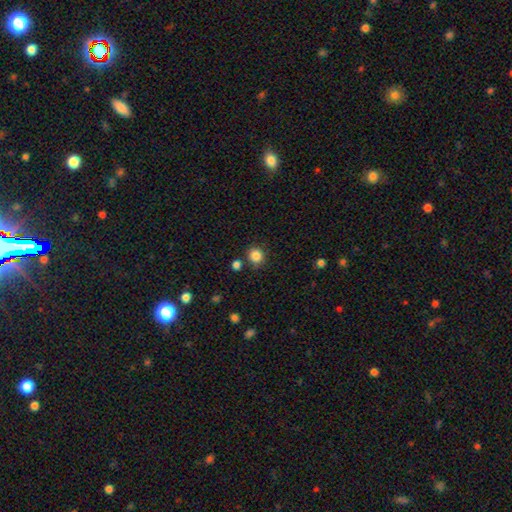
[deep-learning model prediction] smooth 85%, star or artifact 11%, featured or disk 4%. Down the decision tree: how rounded — round (90%); merging — none (82%).